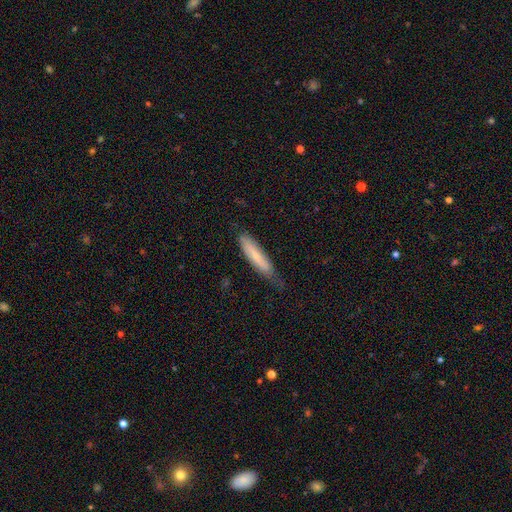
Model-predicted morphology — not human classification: Q: Smooth or featured?
A: smooth (64%); runner-up: featured or disk (30%)
Q: How rounded?
A: cigar-shaped (81%); runner-up: in between (18%)
Q: Merging?
A: none (59%); runner-up: minor disturbance (32%)